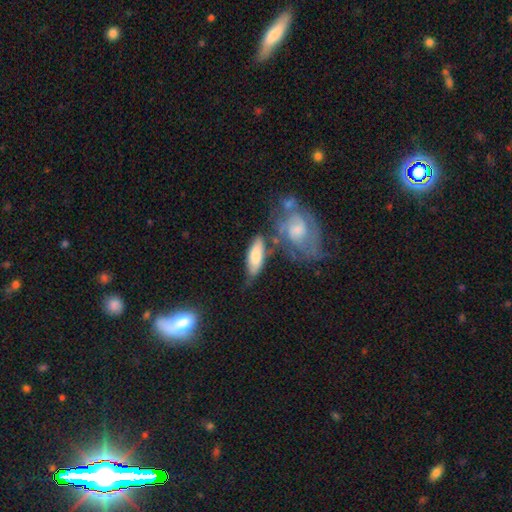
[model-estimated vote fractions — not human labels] Smooth or featured? Predicted: smooth (p=0.67). How rounded? Predicted: in between (p=0.70). Merging? Predicted: none (p=0.47).